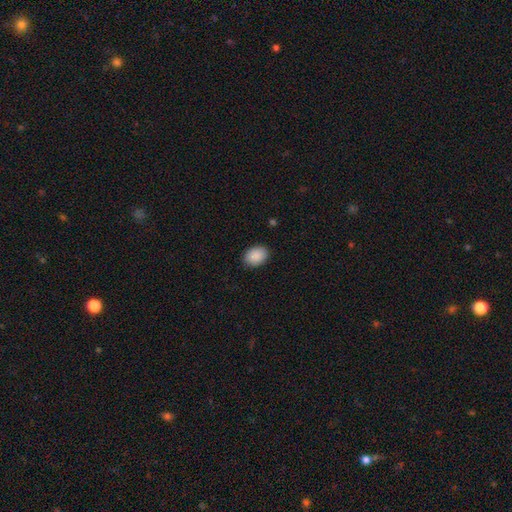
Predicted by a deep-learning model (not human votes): Q: Smooth or featured?
A: smooth (90%); runner-up: star or artifact (7%)
Q: How rounded?
A: in between (73%); runner-up: round (26%)
Q: Merging?
A: none (88%); runner-up: minor disturbance (9%)